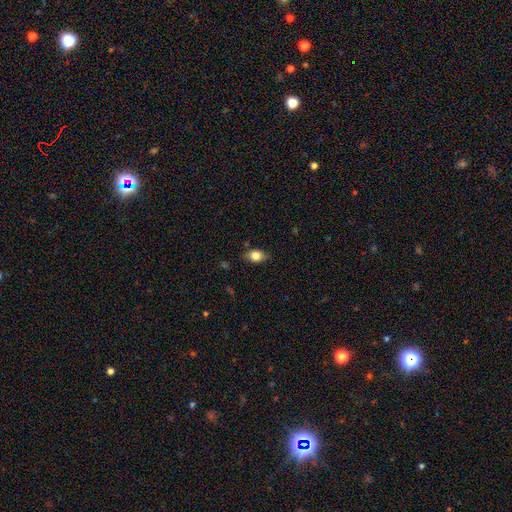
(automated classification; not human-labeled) Q: Smooth or featured?
A: smooth (82%); runner-up: star or artifact (9%)
Q: How rounded?
A: in between (73%); runner-up: round (25%)
Q: Merging?
A: none (80%); runner-up: minor disturbance (16%)